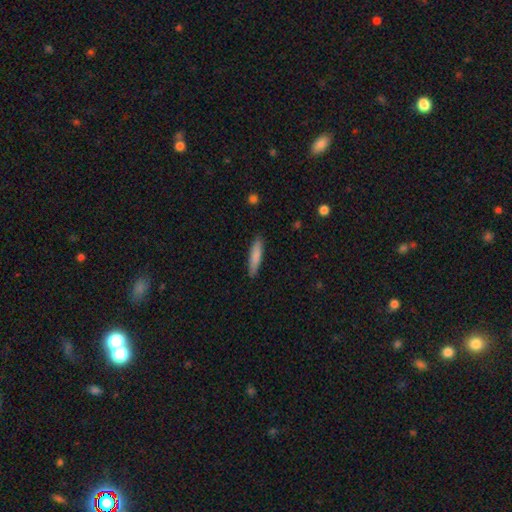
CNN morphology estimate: Q: Smooth or featured?
A: smooth (80%); runner-up: featured or disk (14%)
Q: How rounded?
A: cigar-shaped (86%); runner-up: in between (13%)
Q: Merging?
A: none (87%); runner-up: minor disturbance (10%)